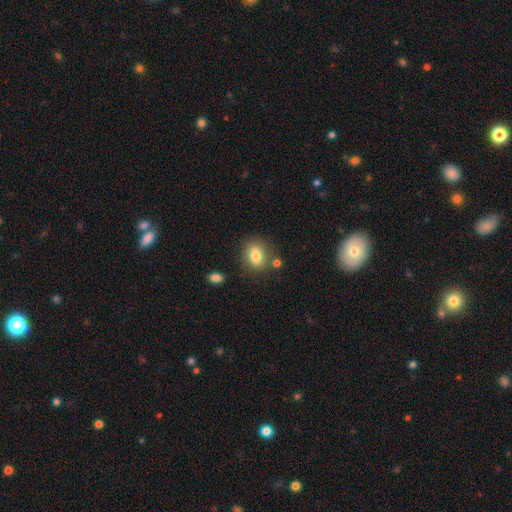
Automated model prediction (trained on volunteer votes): This appears to be a smooth galaxy with no disk features (80%) that is in between round and cigar-shaped (59%). Merging: none (76%).